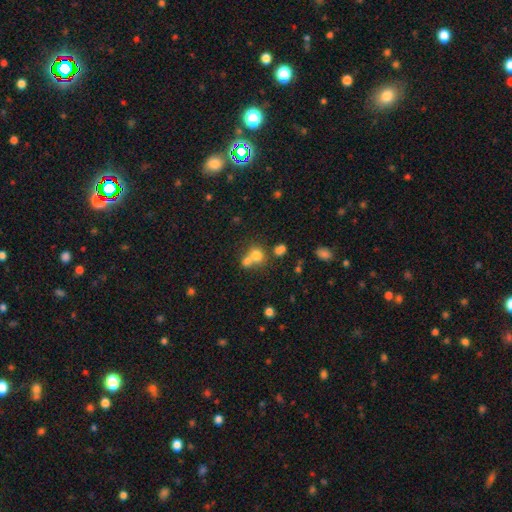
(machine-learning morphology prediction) This is likely a smooth galaxy (74%). How rounded: likely round (74%). Merging: possibly merger (55%).